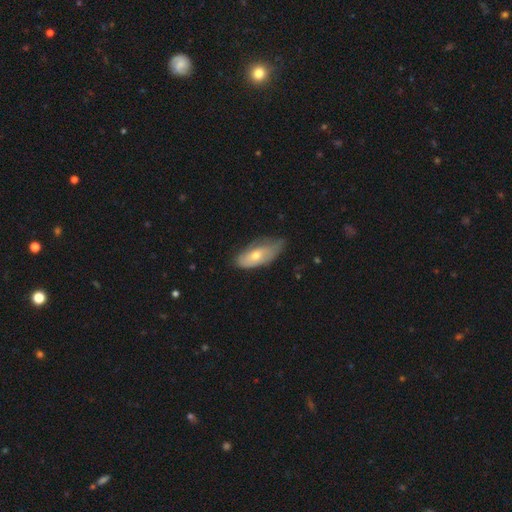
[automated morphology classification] type=smooth (57%); roundness=in between (86%); merging=minor disturbance (42%, tied with none).